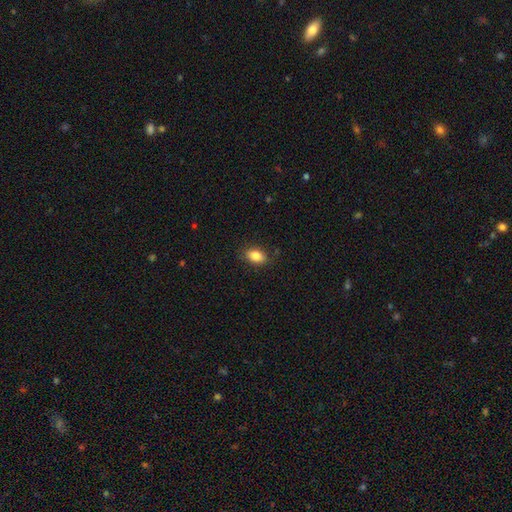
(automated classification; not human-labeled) The model was most divided on "how rounded": in between: 86%, round: 12%, cigar-shaped: 2%. More confident: smooth or featured — smooth (86%); merging — none (86%).